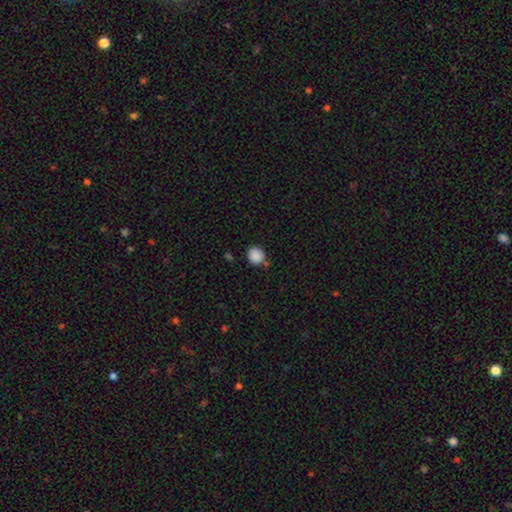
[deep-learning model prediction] Smooth or featured? smooth (88%)
How rounded? round (89%)
Merging? none (77%)